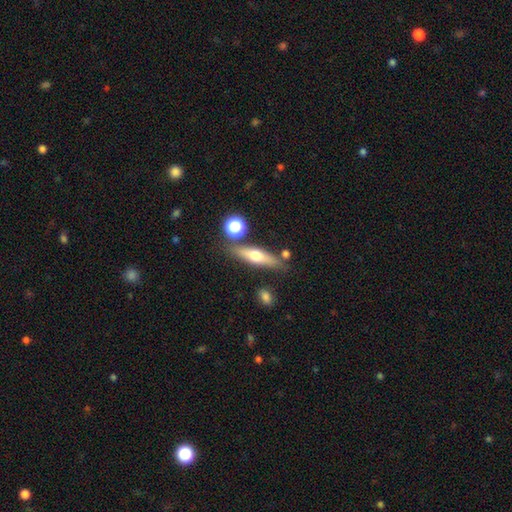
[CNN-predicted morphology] This is possibly a featured or disk galaxy (47%). Merging: likely none (76%).